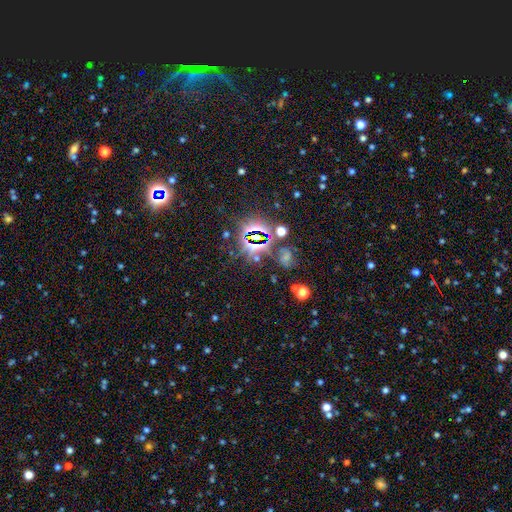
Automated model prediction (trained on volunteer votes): Smooth or featured? Predicted: star or artifact (p=0.81).